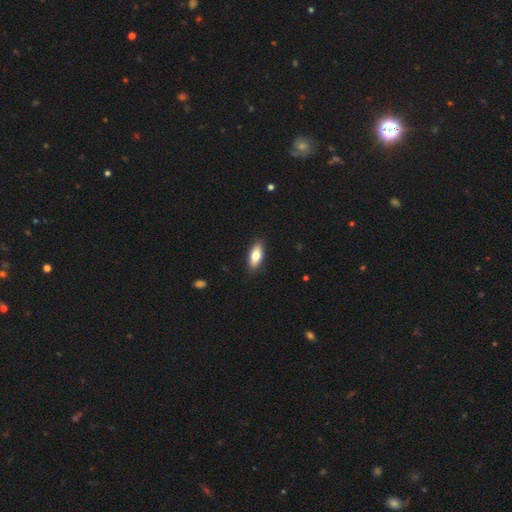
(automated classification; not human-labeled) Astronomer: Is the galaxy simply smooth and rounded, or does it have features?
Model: smooth — 79%.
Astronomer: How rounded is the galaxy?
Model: in between — 78%.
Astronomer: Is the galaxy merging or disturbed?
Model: none — 89%.